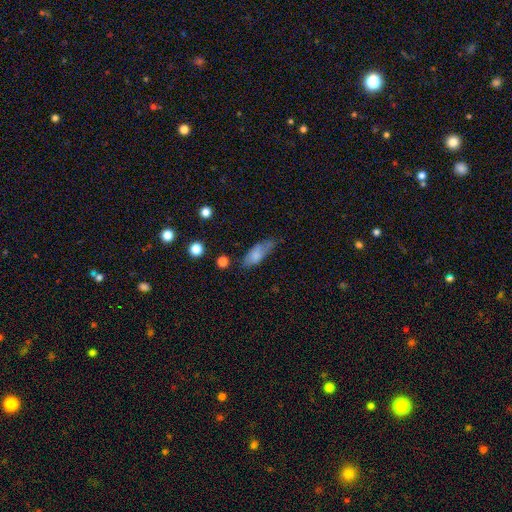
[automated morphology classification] smooth-or-featured: smooth: 72% | featured or disk: 20% | star or artifact: 8%
  how-rounded: in between: 68% | cigar-shaped: 29% | round: 3%
  merging: none: 55% | minor disturbance: 31% | major disturbance: 11% | merger: 3%